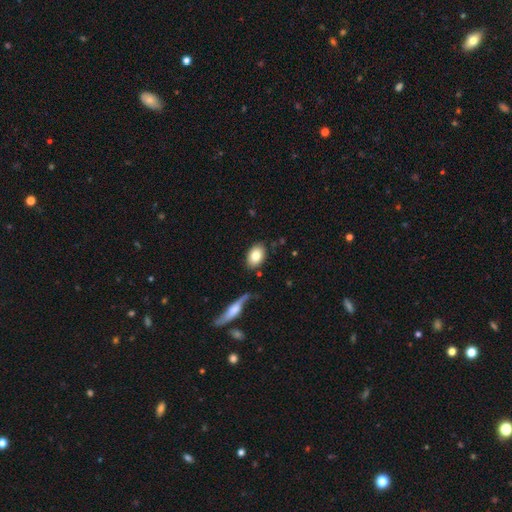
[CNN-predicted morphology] Smooth or featured: smooth — 81% (featured or disk — 12%)
How rounded: in between — 84% (round — 15%)
Merging: none — 82% (minor disturbance — 11%)